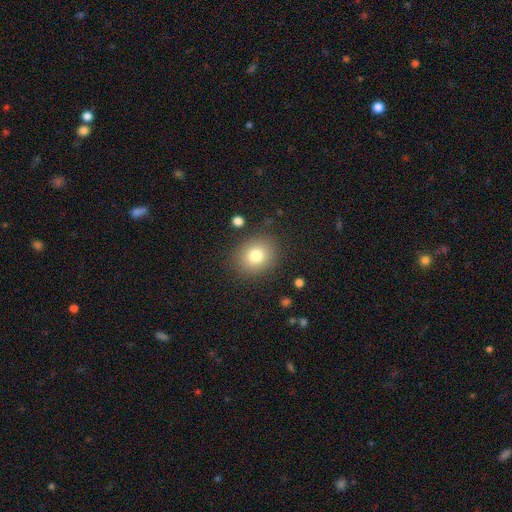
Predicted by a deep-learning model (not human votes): This appears to be a smooth galaxy with no disk features (79%) that is round (70%). Merging: none (86%).